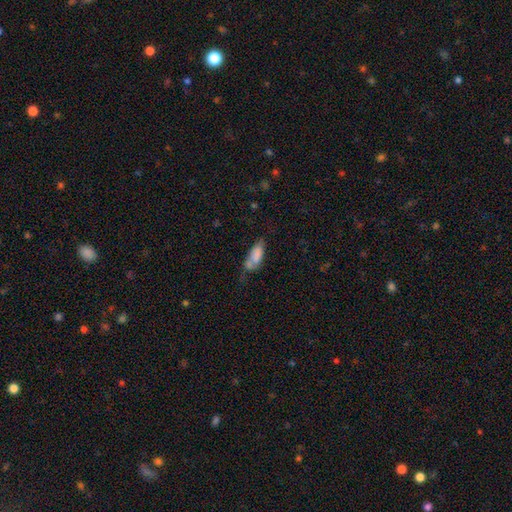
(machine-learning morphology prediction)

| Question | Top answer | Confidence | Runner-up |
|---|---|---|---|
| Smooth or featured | smooth | 76% | featured or disk (16%) |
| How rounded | in between | 79% | cigar-shaped (19%) |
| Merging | none | 36% | minor disturbance (30%) |